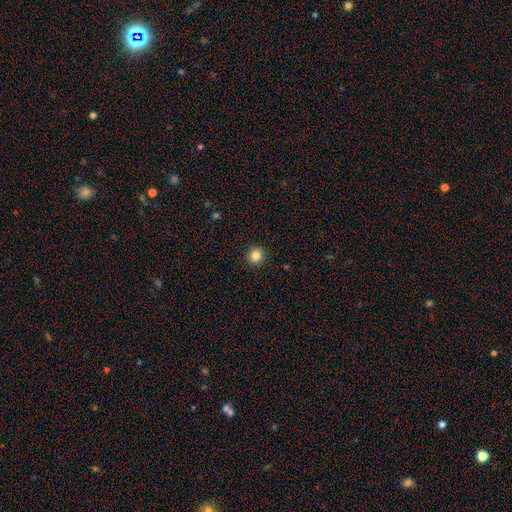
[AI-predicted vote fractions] smooth-or-featured: smooth: 84% | star or artifact: 11% | featured or disk: 5%
  how-rounded: round: 93% | in between: 6% | cigar-shaped: 1%
  merging: none: 93% | minor disturbance: 5% | major disturbance: 2% | merger: 1%